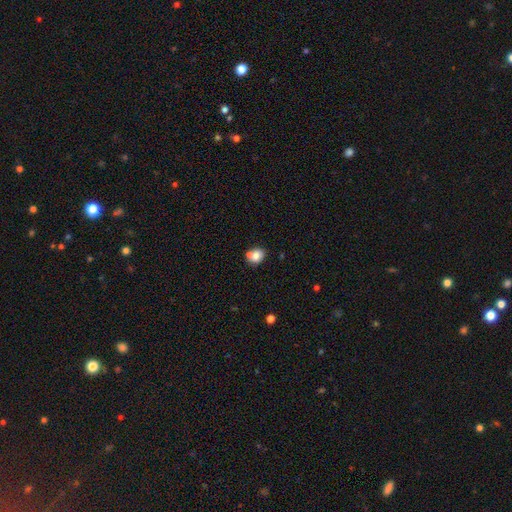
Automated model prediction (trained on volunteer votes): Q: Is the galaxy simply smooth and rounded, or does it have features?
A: smooth — 75%.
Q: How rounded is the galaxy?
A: round — 60%.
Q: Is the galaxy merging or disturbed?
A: none — 58%.